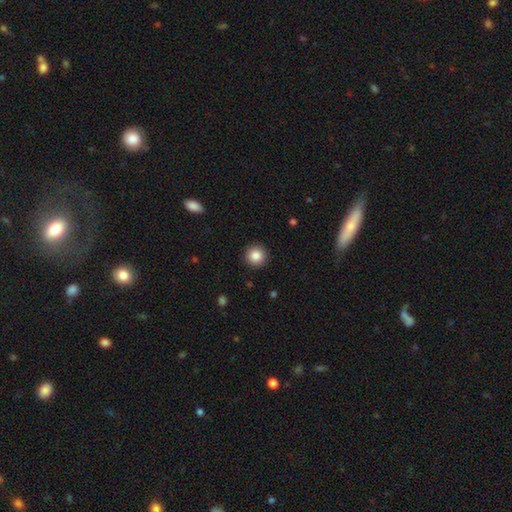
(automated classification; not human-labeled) Q: Smooth or featured?
A: smooth (86%); runner-up: star or artifact (9%)
Q: How rounded?
A: round (95%); runner-up: in between (4%)
Q: Merging?
A: none (92%); runner-up: minor disturbance (5%)